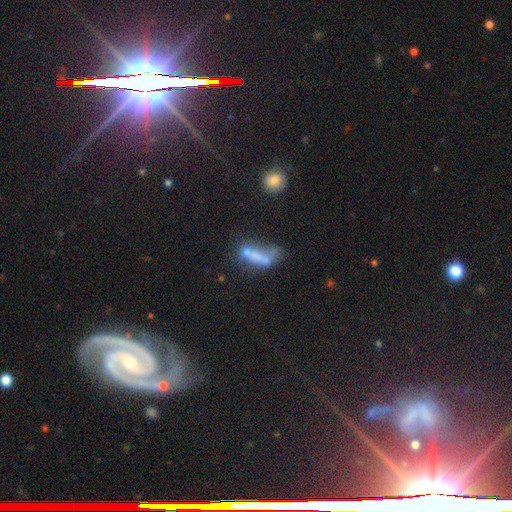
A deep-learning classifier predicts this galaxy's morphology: A smooth galaxy with no disk features (51%) that is in between round and cigar-shaped (57%). Merging: merger (39%).